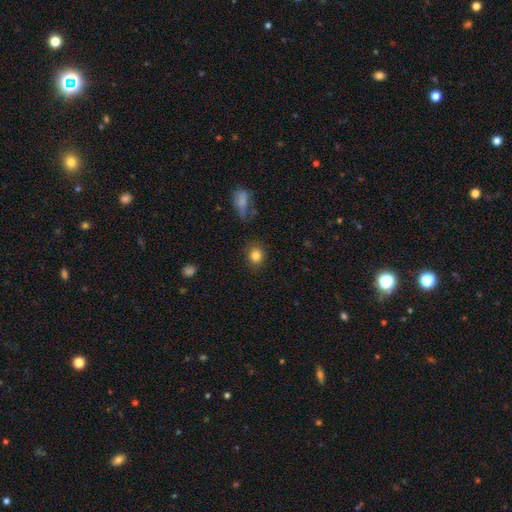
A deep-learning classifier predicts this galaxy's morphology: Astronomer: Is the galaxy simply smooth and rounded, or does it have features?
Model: smooth — 84%.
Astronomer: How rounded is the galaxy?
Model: round — 67%.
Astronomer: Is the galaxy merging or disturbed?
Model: none — 86%.